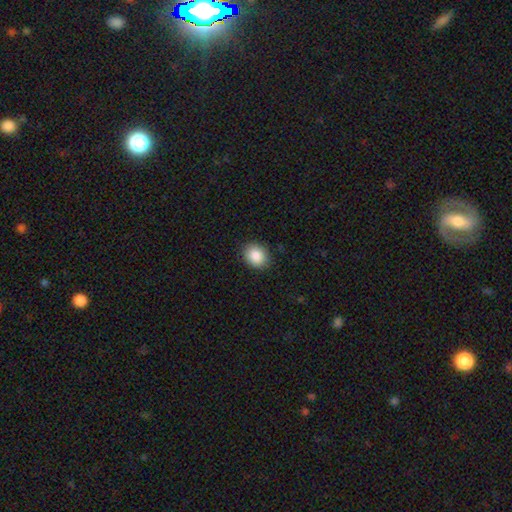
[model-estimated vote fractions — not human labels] This is clearly a smooth galaxy (87%). How rounded: possibly round (60%). Merging: clearly none (89%).